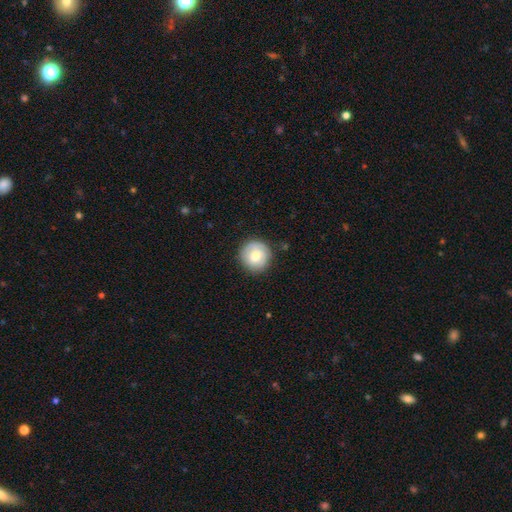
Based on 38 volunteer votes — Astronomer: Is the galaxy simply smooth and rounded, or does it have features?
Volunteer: smooth — 53% (runner-up: featured or disk, 39%).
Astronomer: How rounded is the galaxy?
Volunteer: round — 100%.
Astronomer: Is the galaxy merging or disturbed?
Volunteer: none — 94%.